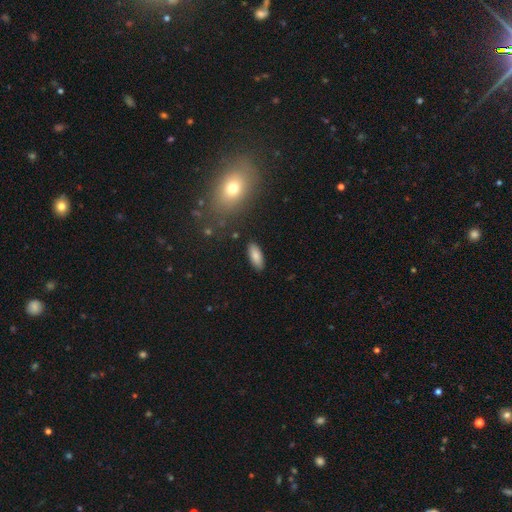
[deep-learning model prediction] smooth-or-featured: smooth: 83% | featured or disk: 9% | star or artifact: 7%
  how-rounded: in between: 80% | cigar-shaped: 18% | round: 2%
  merging: none: 87% | minor disturbance: 9% | major disturbance: 2% | merger: 2%